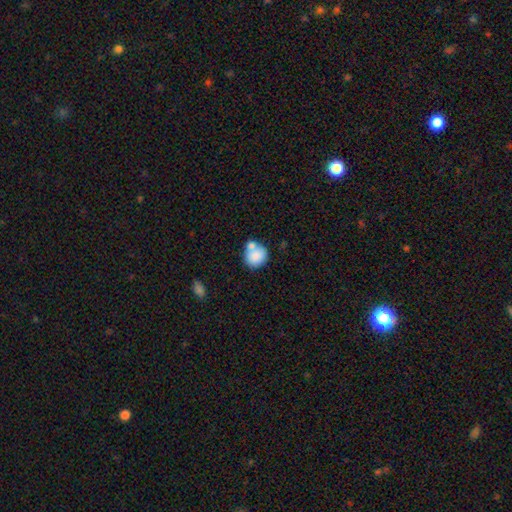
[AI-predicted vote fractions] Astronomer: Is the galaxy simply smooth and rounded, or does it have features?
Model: smooth — 83%.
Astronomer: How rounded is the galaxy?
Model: round — 81%.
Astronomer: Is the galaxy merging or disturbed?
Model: none — 51% (runner-up: merger, 32%).